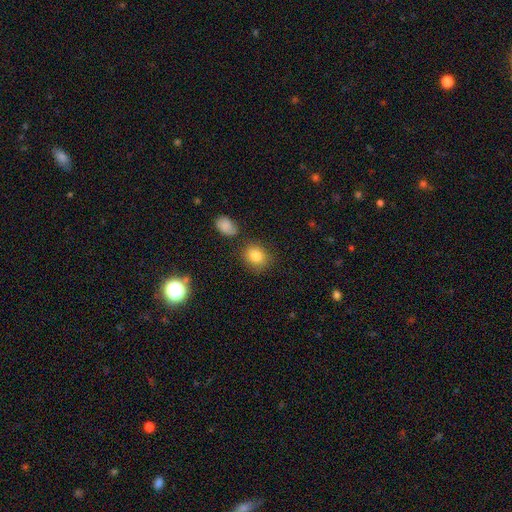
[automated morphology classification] Smooth or featured? Predicted: smooth (p=0.83). How rounded? Predicted: round (p=0.64). Merging? Predicted: none (p=0.77).